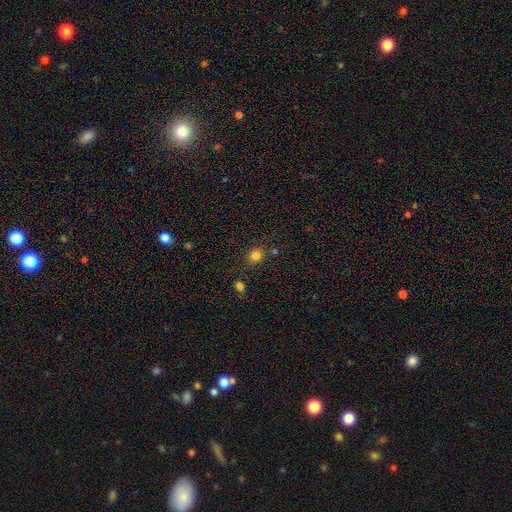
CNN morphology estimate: Overall: smooth (81%). How rounded: round (80%). Merging: none (79%).